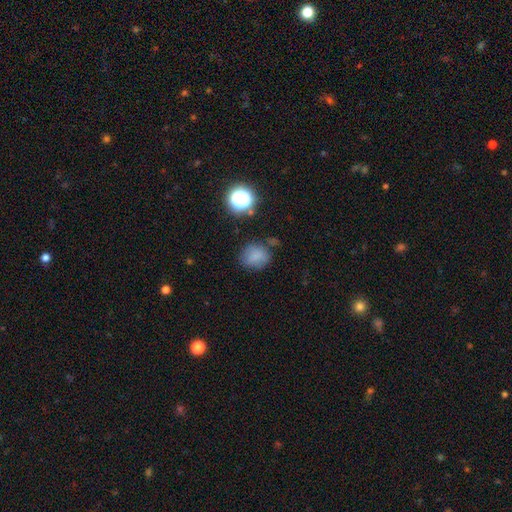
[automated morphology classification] type=smooth (77%); roundness=round (66%); merging=none (69%).